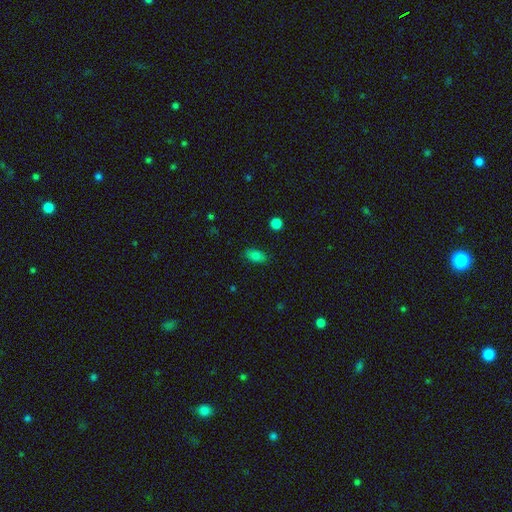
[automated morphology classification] This is clearly a smooth galaxy (80%). How rounded: clearly in between (87%). Merging: clearly none (84%).